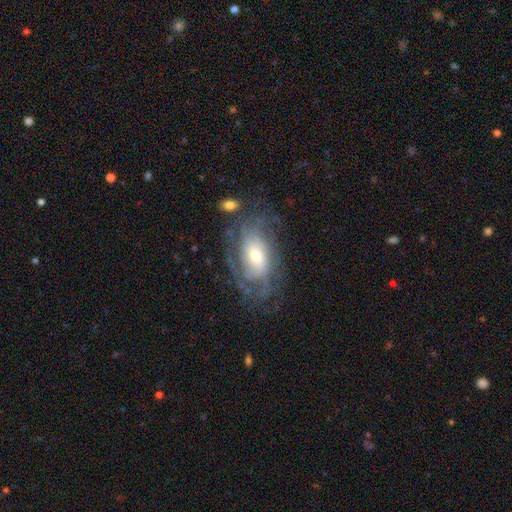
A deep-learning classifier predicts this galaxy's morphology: This appears to be a featured or disk galaxy (78%) with no bar (54%), tight (55%) spiral arms (89%) and a moderate central bulge (49%). Merging: none (64%).